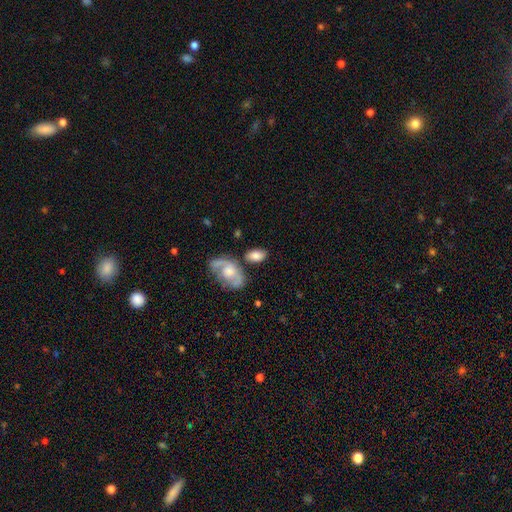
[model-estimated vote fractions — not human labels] Smooth or featured?
  - smooth: 72% *
  - featured or disk: 21%
  - star or artifact: 7%
How rounded?
  - in between: 89% *
  - round: 9%
  - cigar-shaped: 2%
Merging?
  - none: 60% *
  - minor disturbance: 19%
  - merger: 14%
  - major disturbance: 8%